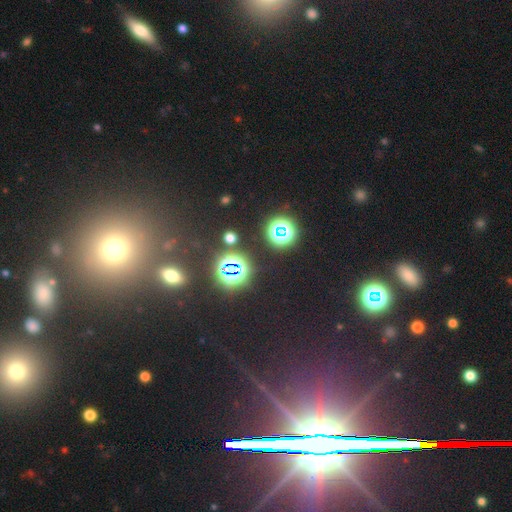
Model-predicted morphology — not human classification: The model was most divided on "smooth or featured": star or artifact: 68%, smooth: 20%, featured or disk: 12%.